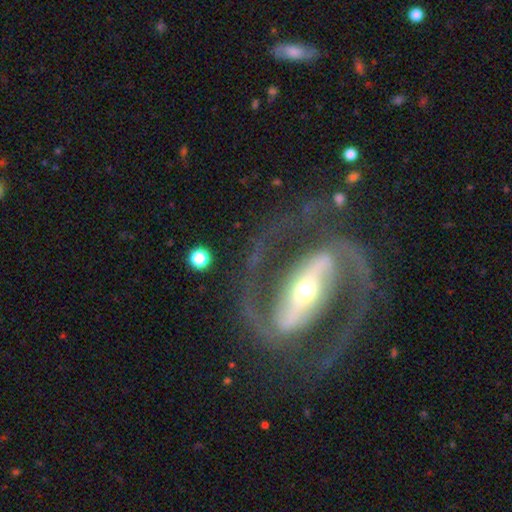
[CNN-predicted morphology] This is clearly a featured or disk galaxy (93%). It is clearly not viewed edge-on (96%). Bar: likely strong (75%). Spiral arm pattern: clearly yes (98%). Spiral arm count: clearly 2 (94%). Spiral winding: likely medium (61%). Central bulge: possibly moderate (47%). Merging: clearly none (81%).